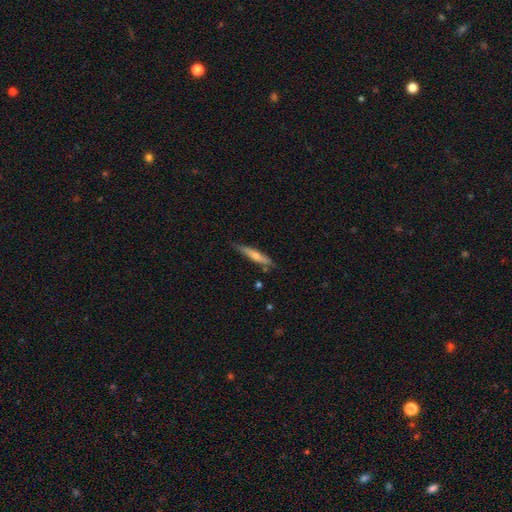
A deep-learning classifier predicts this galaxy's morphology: Smooth or featured? smooth (60%)
How rounded? cigar-shaped (88%)
Merging? none (74%)